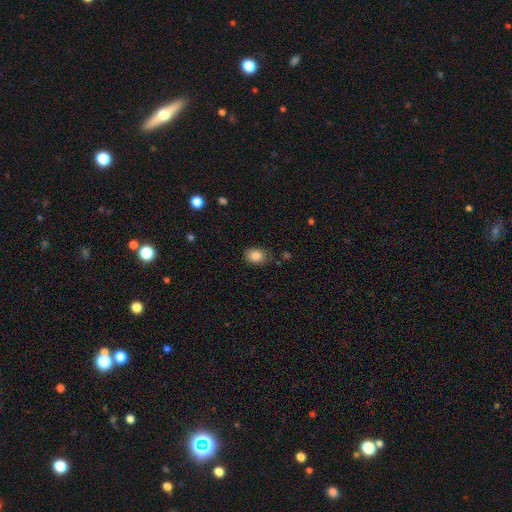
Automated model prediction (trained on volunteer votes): Overall: smooth (85%). How rounded: in between (71%). Merging: none (78%).